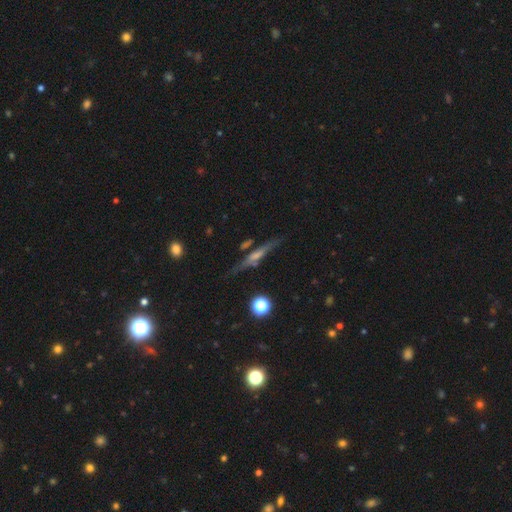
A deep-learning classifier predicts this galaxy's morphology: This appears to be a featured or disk galaxy (65%) viewed edge-on (95%) with a rounded central bulge (47%). Merging: none (81%).